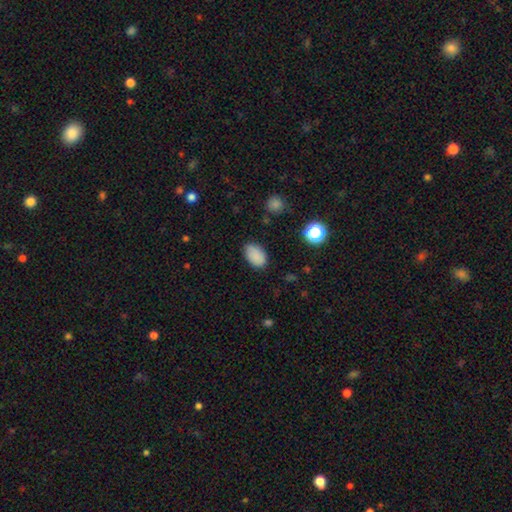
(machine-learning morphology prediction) A smooth galaxy with no disk features (86%) that is in between round and cigar-shaped (89%). Merging: none (81%).